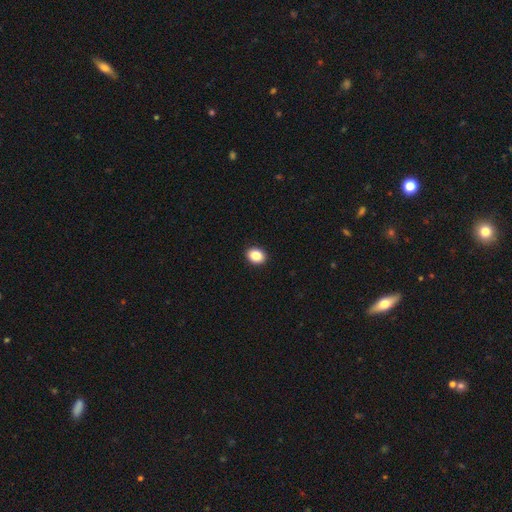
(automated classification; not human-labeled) Overall: smooth (86%). How rounded: in between (55%; round 44%). Merging: none (92%).